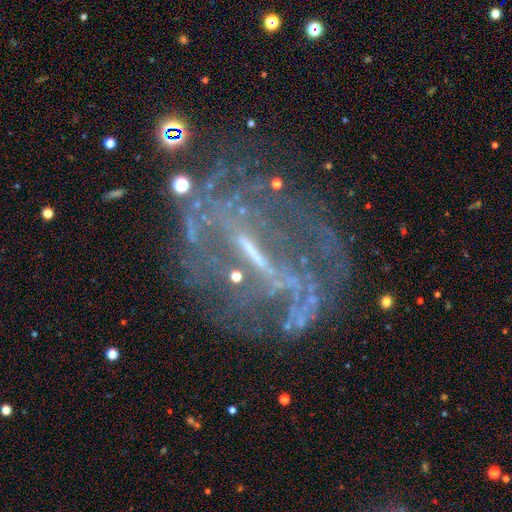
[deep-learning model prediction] Smooth or featured? Predicted: featured or disk (p=0.80). Edge-on disk? Predicted: no (p=0.92). Bar? Predicted: strong (p=0.55). Spiral arms? Predicted: yes (p=0.69). Spiral winding? Predicted: medium (p=0.36). Spiral arm count? Predicted: can't tell (p=0.45). Bulge size? Predicted: none (p=0.40). Merging? Predicted: none (p=0.53).